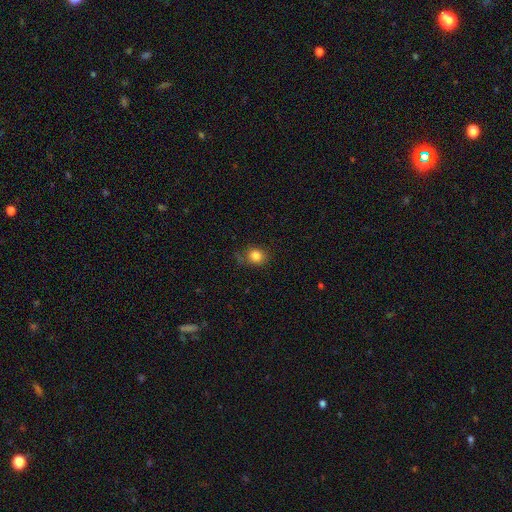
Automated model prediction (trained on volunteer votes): smooth-or-featured: smooth: 82% | star or artifact: 11% | featured or disk: 6%
  how-rounded: round: 76% | in between: 23% | cigar-shaped: 1%
  merging: none: 73% | minor disturbance: 20% | major disturbance: 6% | merger: 2%